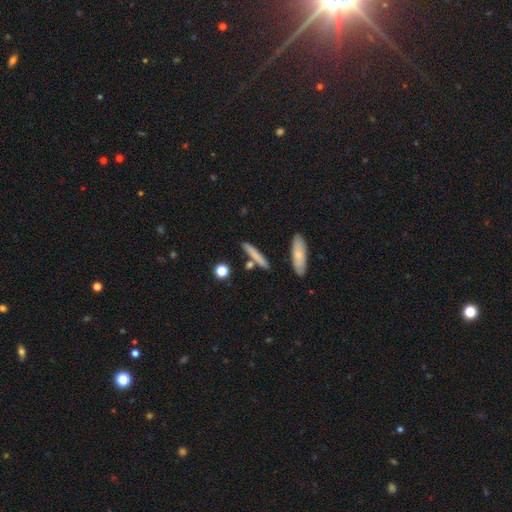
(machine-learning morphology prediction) smooth-or-featured: smooth: 71% | featured or disk: 21% | star or artifact: 7%
  how-rounded: cigar-shaped: 87% | in between: 9% | round: 5%
  merging: none: 81% | minor disturbance: 9% | merger: 7% | major disturbance: 2%